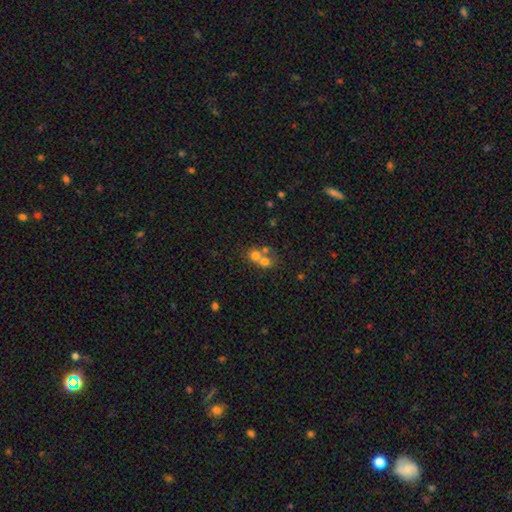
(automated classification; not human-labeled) Overall: smooth (64%). How rounded: round (76%). Merging: merger (64%; none 27%).